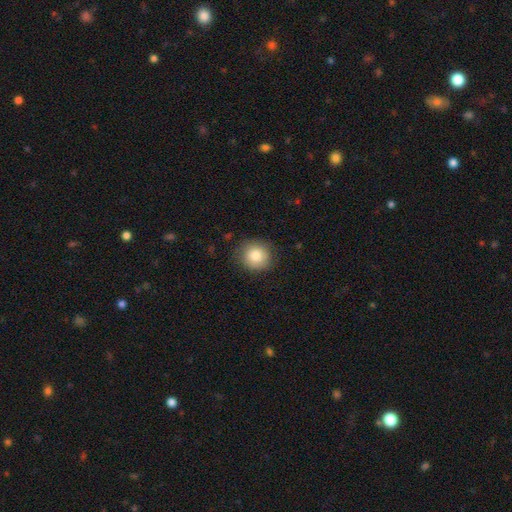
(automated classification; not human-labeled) The model was most divided on "merging": none: 83%, minor disturbance: 13%, major disturbance: 3%, merger: 1%. More confident: how rounded — round (88%); smooth or featured — smooth (84%).